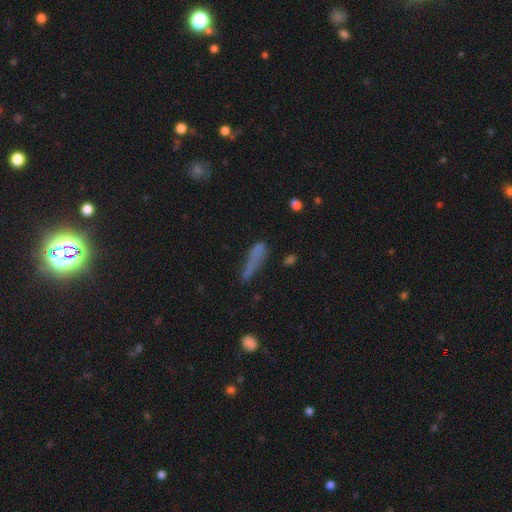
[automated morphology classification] Q: Smooth or featured?
A: smooth (62%); runner-up: featured or disk (21%)
Q: How rounded?
A: cigar-shaped (69%); runner-up: in between (27%)
Q: Merging?
A: none (37%); runner-up: major disturbance (27%)